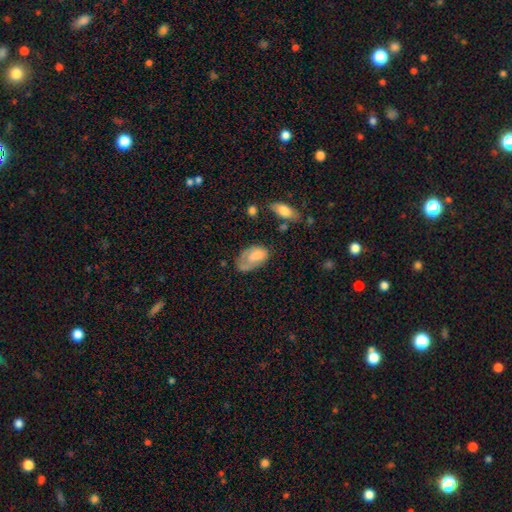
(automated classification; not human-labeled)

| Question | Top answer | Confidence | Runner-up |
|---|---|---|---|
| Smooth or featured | smooth | 64% | featured or disk (29%) |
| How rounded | in between | 91% | round (8%) |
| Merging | none | 40% | minor disturbance (30%) |